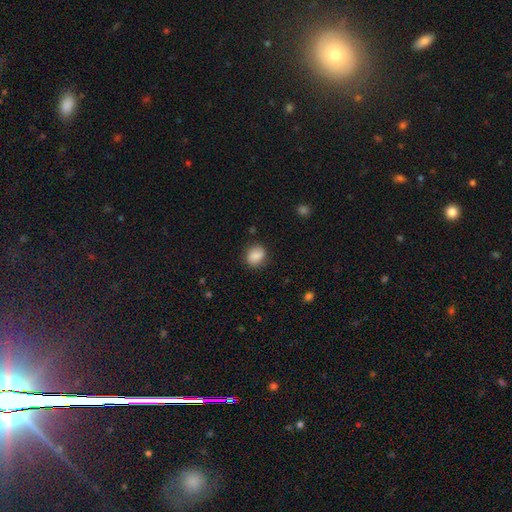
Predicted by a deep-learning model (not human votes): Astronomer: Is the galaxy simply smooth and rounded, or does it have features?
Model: smooth — 86%.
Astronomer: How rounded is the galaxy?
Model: round — 60% (runner-up: in between, 39%).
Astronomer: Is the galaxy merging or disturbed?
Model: none — 81%.